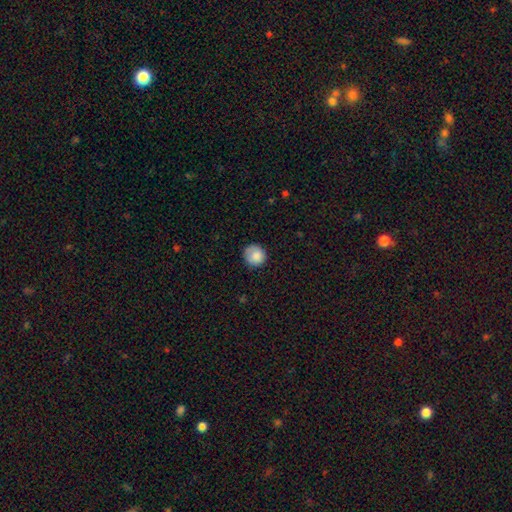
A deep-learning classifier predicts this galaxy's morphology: This is clearly a smooth galaxy (84%). How rounded: clearly round (91%). Merging: likely none (77%).